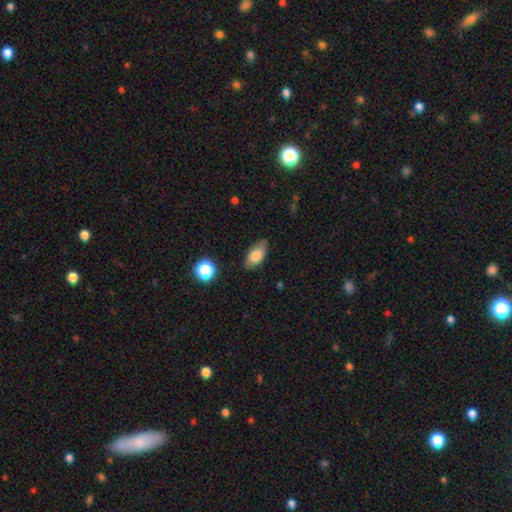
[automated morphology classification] Smooth or featured? Predicted: smooth (p=0.79). How rounded? Predicted: in between (p=0.91). Merging? Predicted: none (p=0.76).